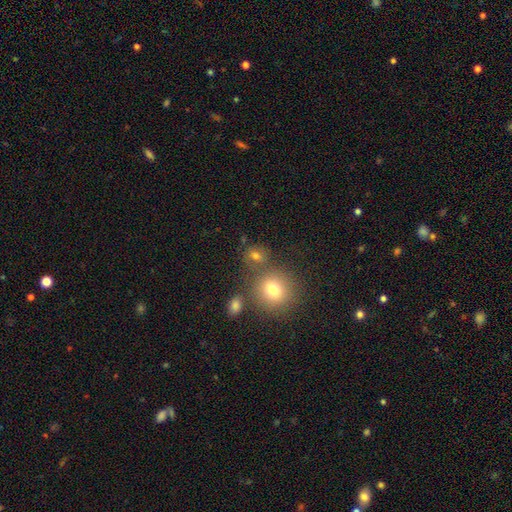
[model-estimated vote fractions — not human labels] A smooth galaxy with no disk features (73%) that is round (68%).

Vote fractions:
- Smooth or featured? smooth: 73% / star or artifact: 17% / featured or disk: 10%
- How rounded? round: 68% / in between: 30% / cigar-shaped: 2%
- Merging? none: 65% / merger: 19% / minor disturbance: 11% / major disturbance: 5%